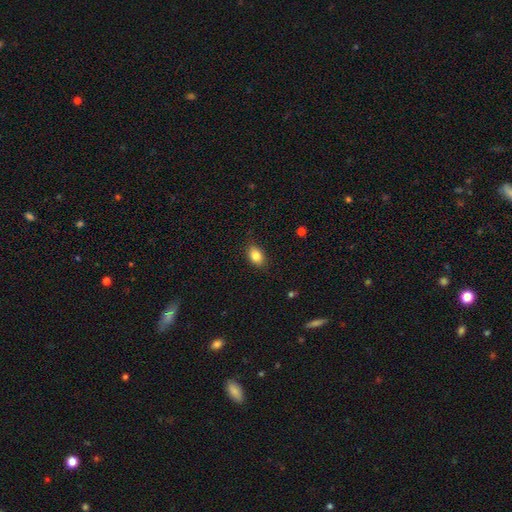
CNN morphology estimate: Smooth or featured? Predicted: smooth (p=0.83). How rounded? Predicted: in between (p=0.83). Merging? Predicted: none (p=0.84).